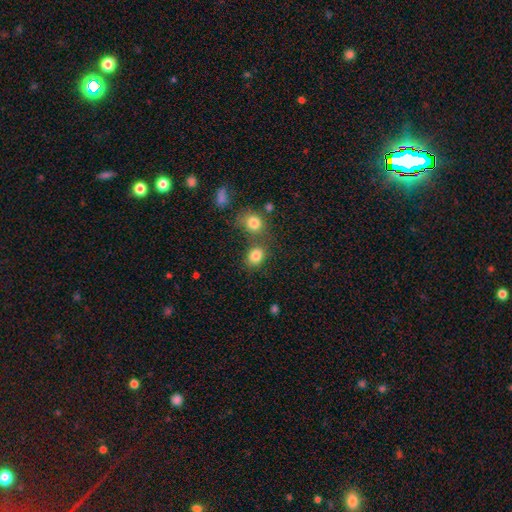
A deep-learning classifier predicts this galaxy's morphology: Smooth or featured? smooth (83%)
How rounded? round (57%)
Merging? none (62%)